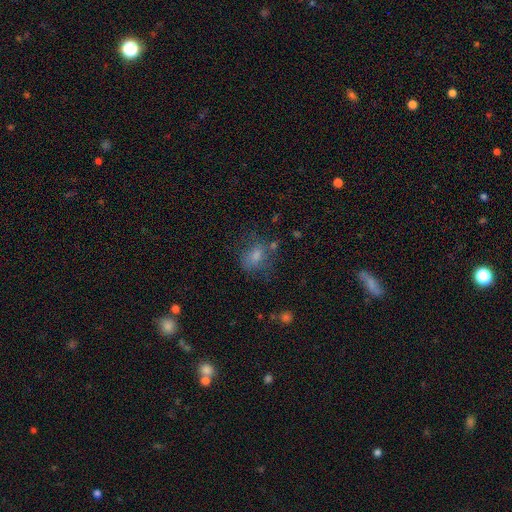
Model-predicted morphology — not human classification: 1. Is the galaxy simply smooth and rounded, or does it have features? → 66% smooth, 20% featured or disk, 14% star or artifact.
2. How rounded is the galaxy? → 66% in between, 32% round, 3% cigar-shaped.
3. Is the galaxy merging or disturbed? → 50% none, 23% minor disturbance, 19% major disturbance, 7% merger.